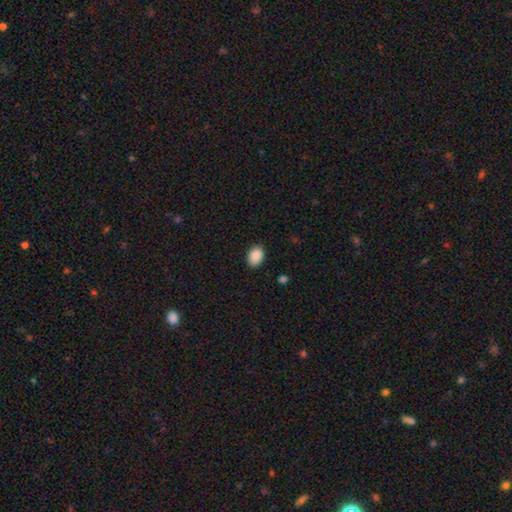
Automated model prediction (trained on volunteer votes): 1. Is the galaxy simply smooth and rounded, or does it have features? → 90% smooth, 7% star or artifact, 3% featured or disk.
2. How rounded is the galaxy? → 81% in between, 18% round, 1% cigar-shaped.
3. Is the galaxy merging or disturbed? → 86% none, 11% minor disturbance, 2% major disturbance, 1% merger.